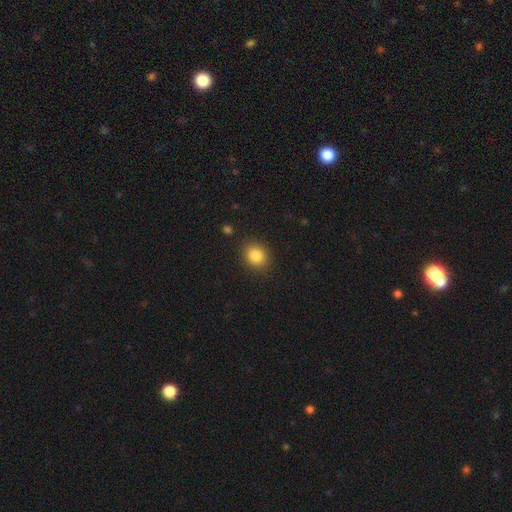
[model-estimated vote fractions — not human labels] smooth_or_featured: smooth (p=0.84) [alt: star or artifact p=0.10]
how_rounded: round (p=0.68) [alt: in between p=0.31]
merging: none (p=0.88) [alt: minor disturbance p=0.08]